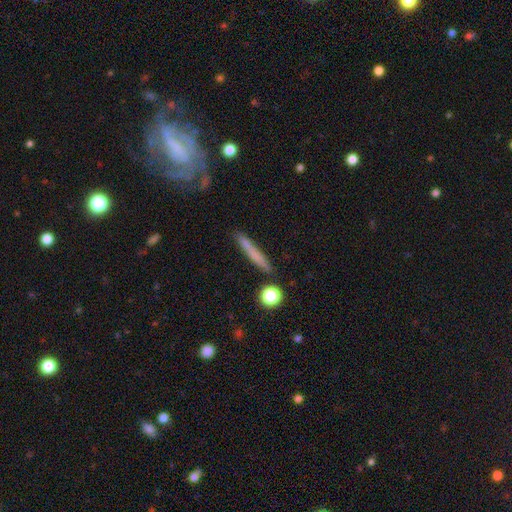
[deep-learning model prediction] The model was most divided on "smooth or featured": smooth: 70%, featured or disk: 23%, star or artifact: 7%. More confident: how rounded — cigar-shaped (93%); merging — none (84%).